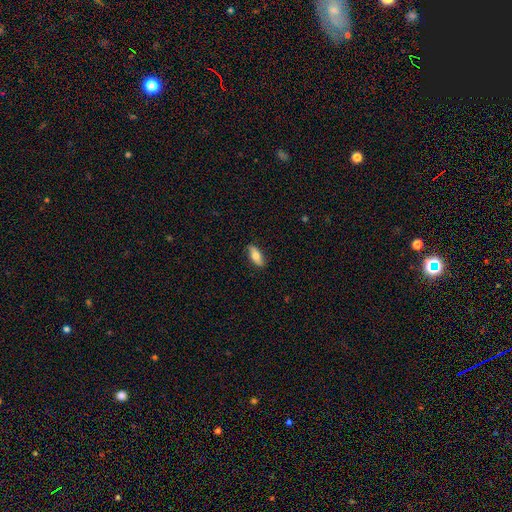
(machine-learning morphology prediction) Smooth or featured? smooth (66%)
How rounded? in between (78%)
Merging? none (84%)